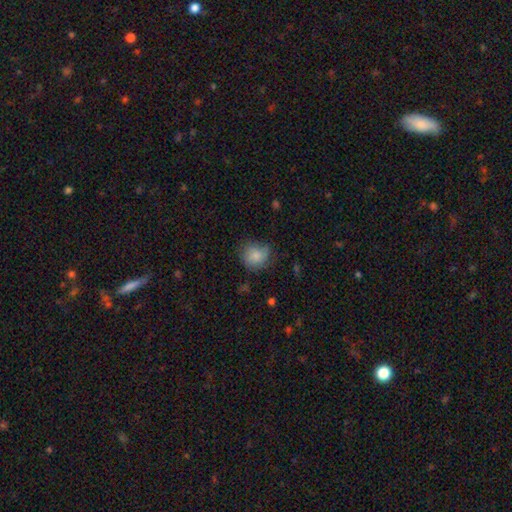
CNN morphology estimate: A smooth galaxy with no disk features (79%) that is round (79%). Merging: none (60%).